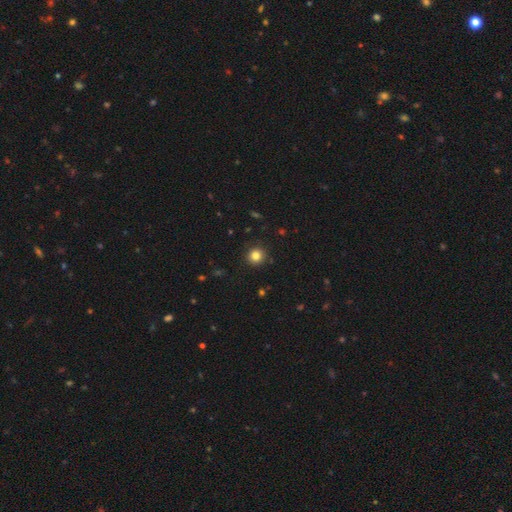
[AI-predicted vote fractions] A smooth galaxy with no disk features (82%) that is round (94%).

Vote fractions:
- Smooth or featured? smooth: 82% / star or artifact: 12% / featured or disk: 6%
- How rounded? round: 94% / in between: 5% / cigar-shaped: 1%
- Merging? none: 91% / minor disturbance: 6% / major disturbance: 2% / merger: 1%